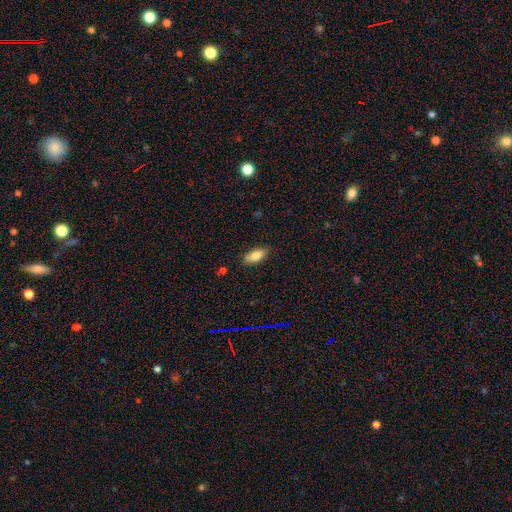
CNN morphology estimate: smooth 81%, featured or disk 11%, star or artifact 8%. Down the decision tree: how rounded — in between (86%); merging — none (83%).